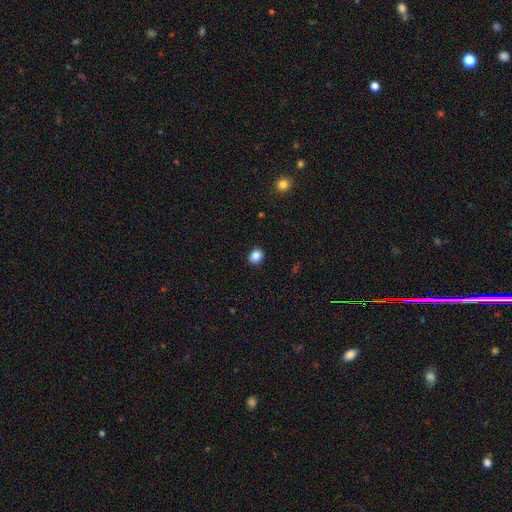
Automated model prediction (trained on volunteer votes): Smooth or featured? Predicted: smooth (p=0.86). How rounded? Predicted: round (p=0.64). Merging? Predicted: none (p=0.91).